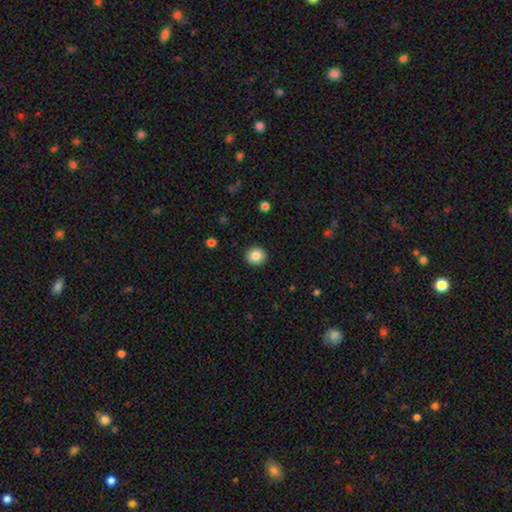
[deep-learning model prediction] smooth_or_featured: smooth (p=0.84) [alt: star or artifact p=0.09]
how_rounded: round (p=0.89) [alt: in between p=0.11]
merging: none (p=0.92) [alt: minor disturbance p=0.05]